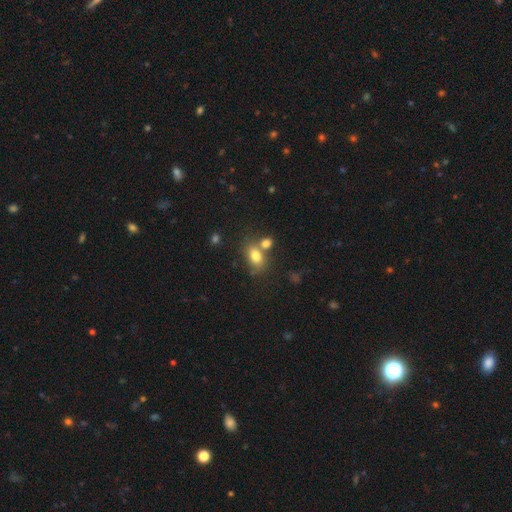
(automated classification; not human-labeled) Smooth or featured? smooth (78%)
How rounded? in between (77%)
Merging? none (48%)